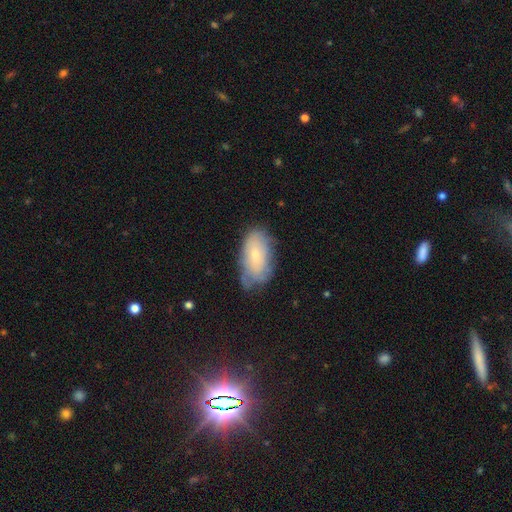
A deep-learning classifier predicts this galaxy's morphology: Smooth or featured? Predicted: smooth (p=0.59). How rounded? Predicted: in between (p=0.93). Merging? Predicted: none (p=0.58).